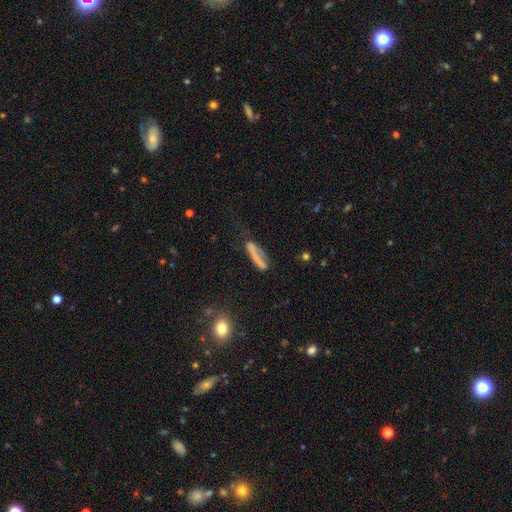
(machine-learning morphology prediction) smooth_or_featured: smooth (p=0.58) [alt: featured or disk p=0.30]
how_rounded: cigar-shaped (p=0.78) [alt: in between p=0.18]
merging: none (p=0.45) [alt: minor disturbance p=0.27]